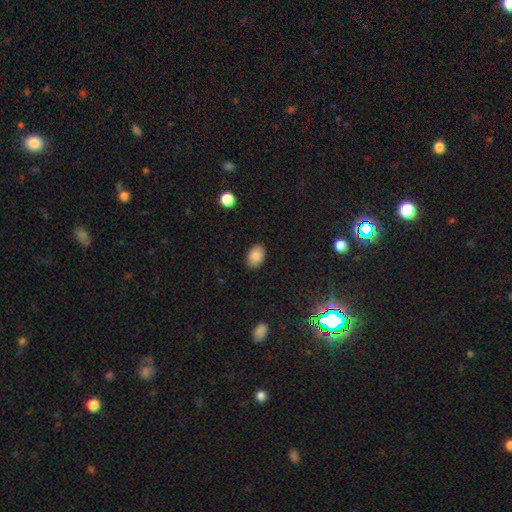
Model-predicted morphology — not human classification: A smooth galaxy with no disk features (86%) that is in between round and cigar-shaped (84%). Merging: none (88%).